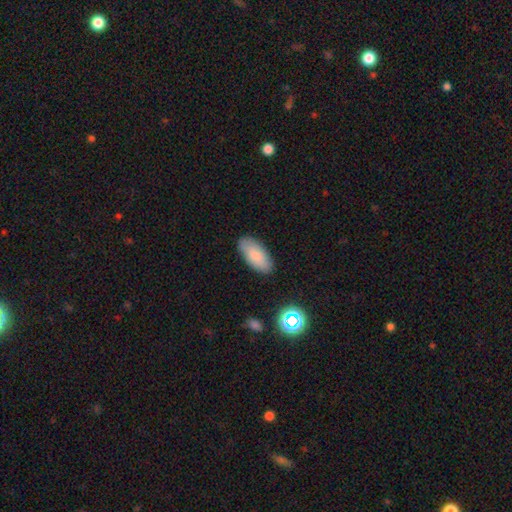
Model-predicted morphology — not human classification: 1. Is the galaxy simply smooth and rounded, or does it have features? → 82% smooth, 11% featured or disk, 7% star or artifact.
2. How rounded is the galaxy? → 91% in between, 7% cigar-shaped, 2% round.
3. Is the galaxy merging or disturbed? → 86% none, 10% minor disturbance, 2% major disturbance, 1% merger.